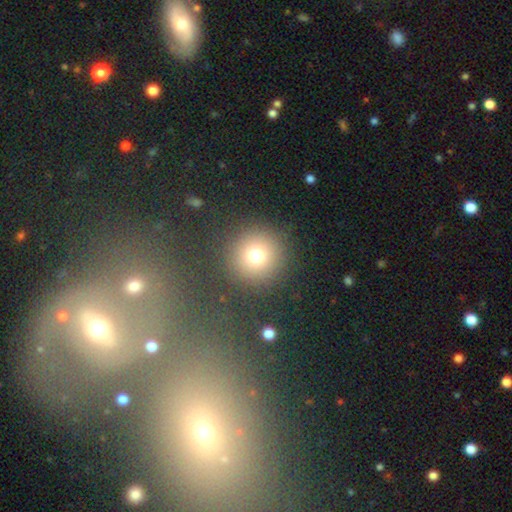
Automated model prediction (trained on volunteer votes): A smooth galaxy with no disk features (73%) that is round (94%).

Vote fractions:
- Smooth or featured? smooth: 73% / star or artifact: 18% / featured or disk: 9%
- How rounded? round: 94% / in between: 5% / cigar-shaped: 1%
- Merging? none: 86% / minor disturbance: 7% / major disturbance: 4% / merger: 3%